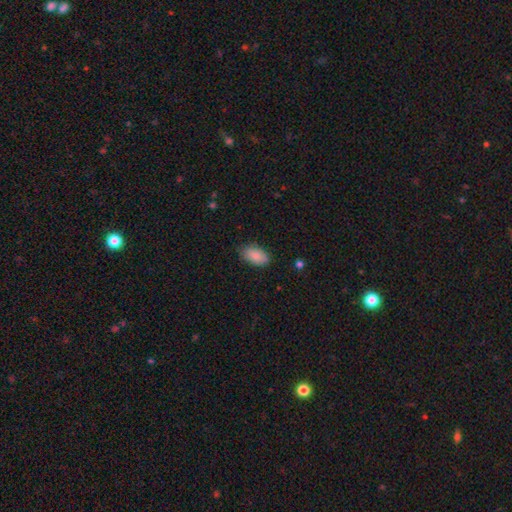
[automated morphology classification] A smooth galaxy with no disk features (88%) that is in between round and cigar-shaped (94%). Merging: none (82%).